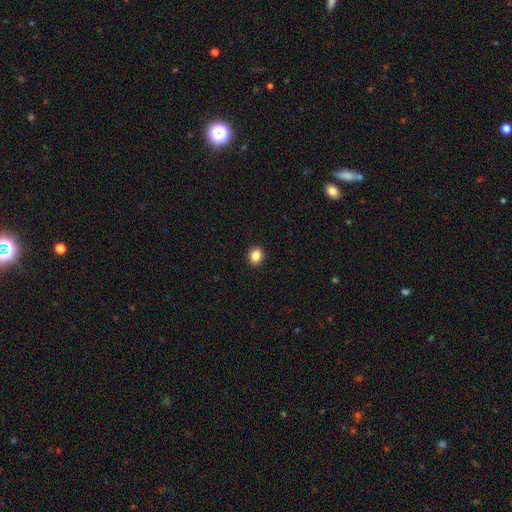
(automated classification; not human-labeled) Smooth or featured?
  - smooth: 85% *
  - star or artifact: 10%
  - featured or disk: 5%
How rounded?
  - round: 71% *
  - in between: 28%
  - cigar-shaped: 1%
Merging?
  - none: 93% *
  - minor disturbance: 5%
  - major disturbance: 1%
  - merger: 1%